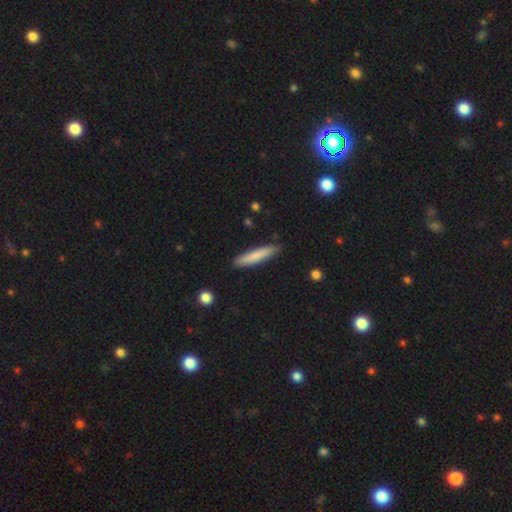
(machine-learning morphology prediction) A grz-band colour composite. It shows a smooth galaxy with no disk features (78%) that is cigar-shaped (89%). Merging: none (87%).